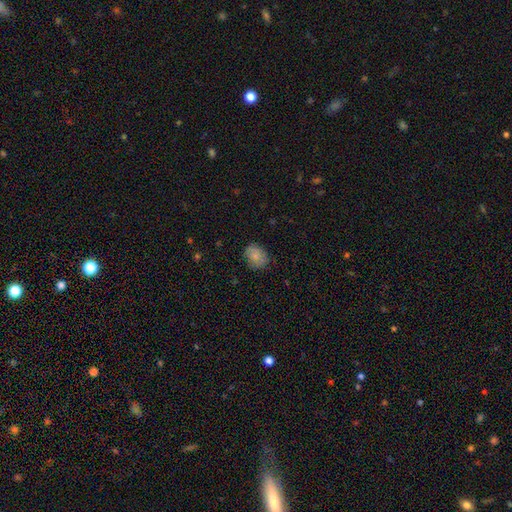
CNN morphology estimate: Smooth or featured: smooth — 73% (featured or disk — 19%)
How rounded: round — 51% (in between — 48%)
Merging: none — 75% (minor disturbance — 20%)